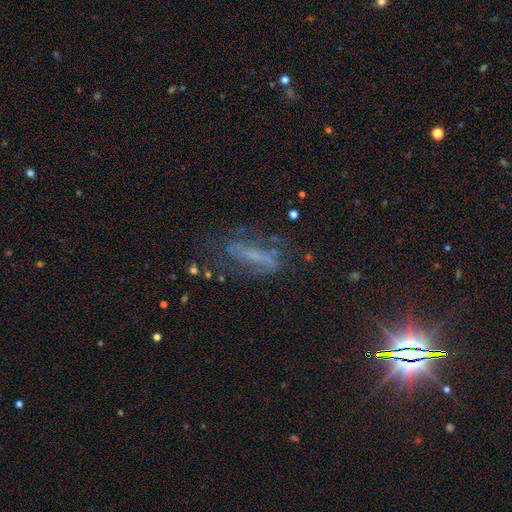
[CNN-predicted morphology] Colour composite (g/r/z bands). It shows a featured or disk galaxy (49%). Merging: none (52%).